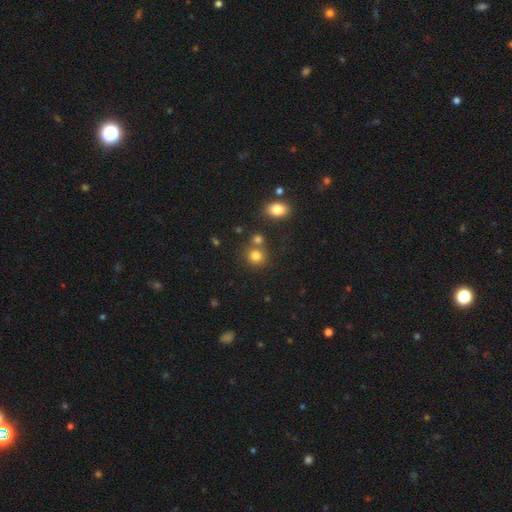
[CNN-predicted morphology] smooth_or_featured: smooth (p=0.80) [alt: star or artifact p=0.13]
how_rounded: round (p=0.80) [alt: in between p=0.19]
merging: none (p=0.66) [alt: merger p=0.21]